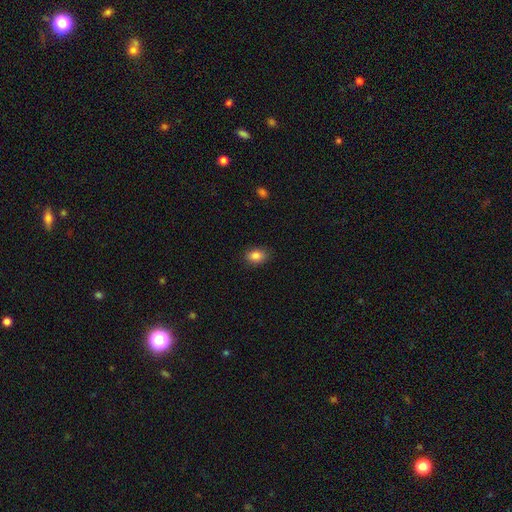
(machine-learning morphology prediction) This appears to be a smooth galaxy with no disk features (86%) that is in between round and cigar-shaped (76%). Merging: none (86%).